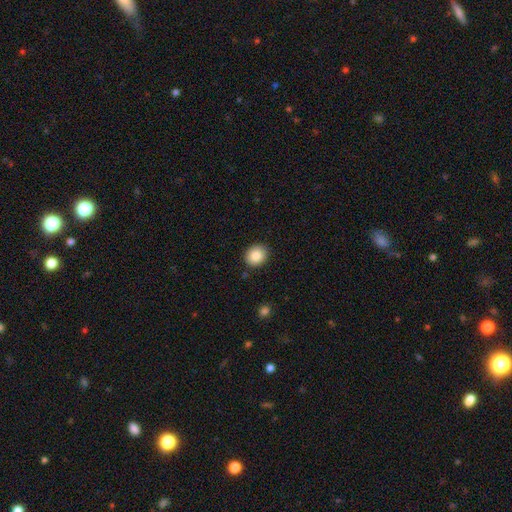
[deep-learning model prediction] Smooth or featured? Predicted: smooth (p=0.86). How rounded? Predicted: round (p=0.69). Merging? Predicted: none (p=0.89).